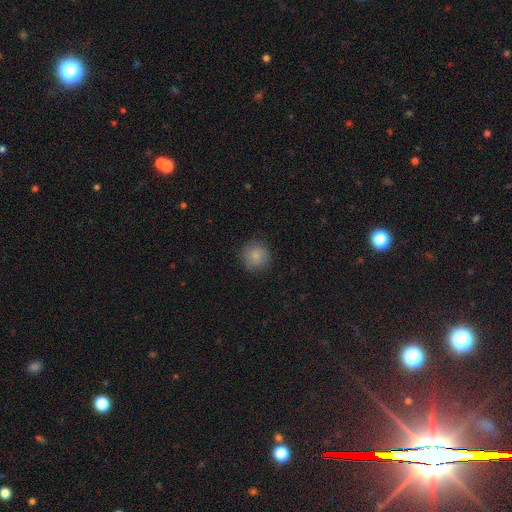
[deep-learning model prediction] This appears to be a smooth galaxy with no disk features (85%) that is round (94%). Merging: none (87%).